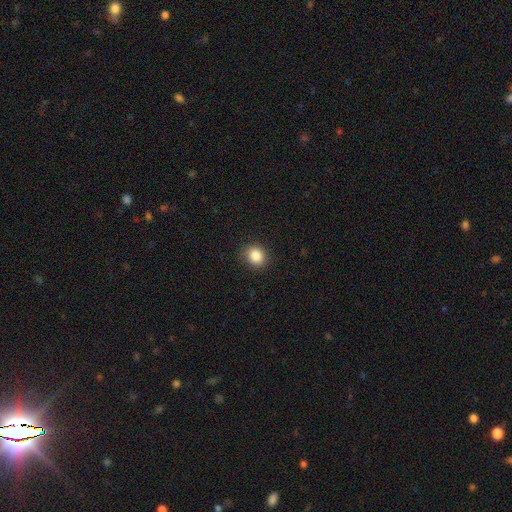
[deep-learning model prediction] Morphology: type=smooth (86%); roundness=round (73%); merging=none (88%).